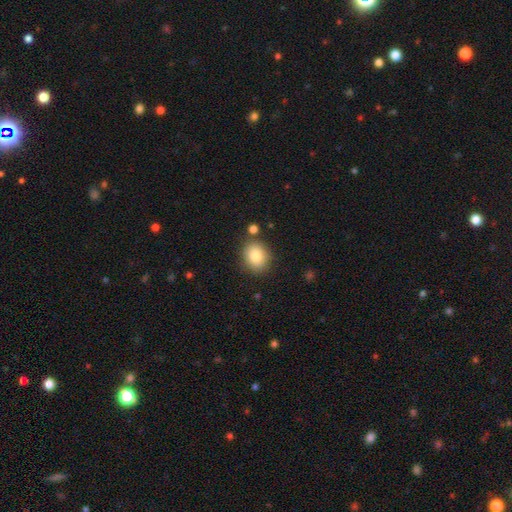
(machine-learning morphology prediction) type=smooth (84%); roundness=round (63%); merging=none (82%).